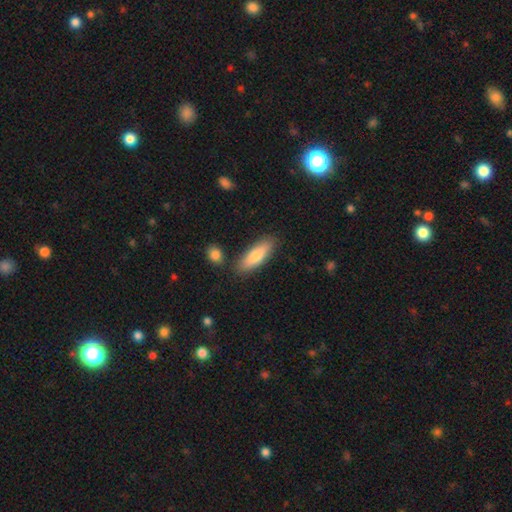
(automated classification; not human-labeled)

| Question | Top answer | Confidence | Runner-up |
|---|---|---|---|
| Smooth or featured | smooth | 76% | featured or disk (18%) |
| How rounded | cigar-shaped | 52% | in between (46%) |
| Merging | none | 83% | minor disturbance (10%) |